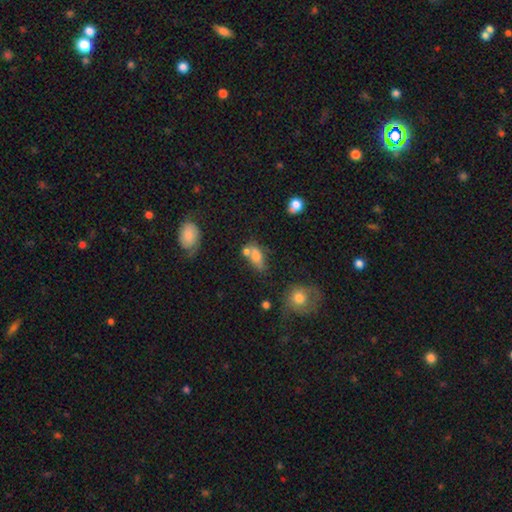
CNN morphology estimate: This is likely a smooth galaxy (72%). How rounded: clearly in between (80%). Merging: marginally none (41%).